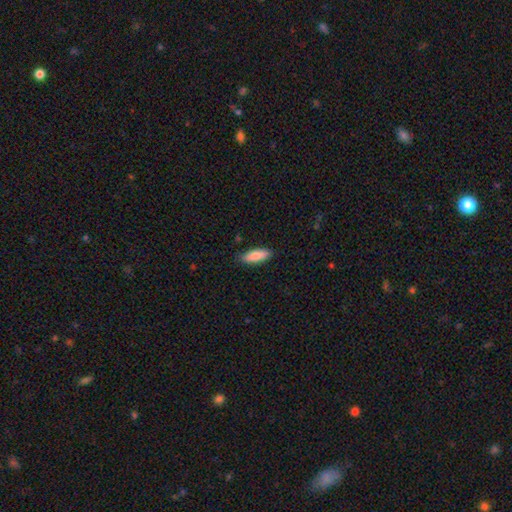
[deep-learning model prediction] This appears to be a smooth galaxy with no disk features (85%) that is in between round and cigar-shaped (58%). Merging: none (86%).